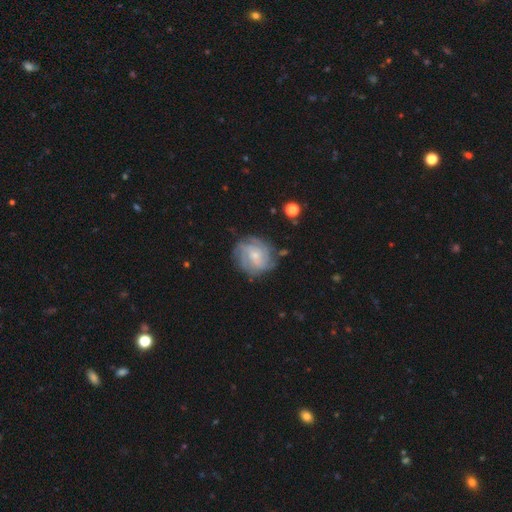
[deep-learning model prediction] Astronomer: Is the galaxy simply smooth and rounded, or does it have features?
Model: featured or disk — 80%.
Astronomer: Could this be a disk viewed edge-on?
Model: no — 98%.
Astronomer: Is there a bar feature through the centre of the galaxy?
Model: no — 63%.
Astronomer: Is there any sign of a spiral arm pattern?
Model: yes — 95%.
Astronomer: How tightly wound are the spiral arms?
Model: tight — 64%.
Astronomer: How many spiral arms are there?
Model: can't tell — 32% (runner-up: 4, 25%).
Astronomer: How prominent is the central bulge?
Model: small — 67%.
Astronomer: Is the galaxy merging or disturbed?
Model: none — 75%.